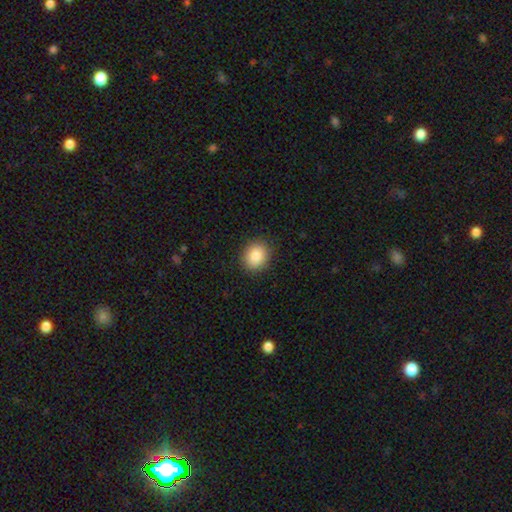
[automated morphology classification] A smooth galaxy with no disk features (86%) that is round (64%). Merging: none (89%).